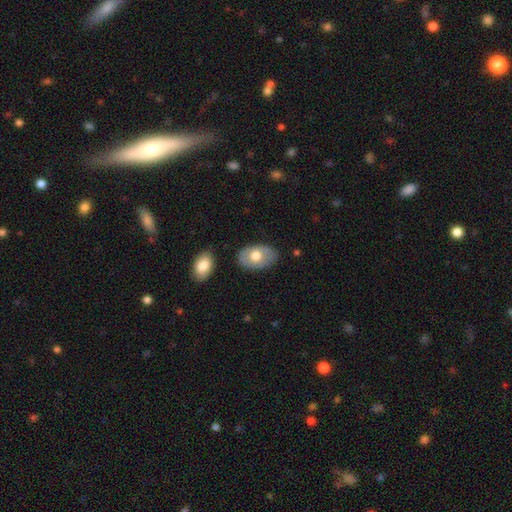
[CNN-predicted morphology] This is likely a smooth galaxy (61%). How rounded: clearly in between (89%). Merging: likely none (80%).